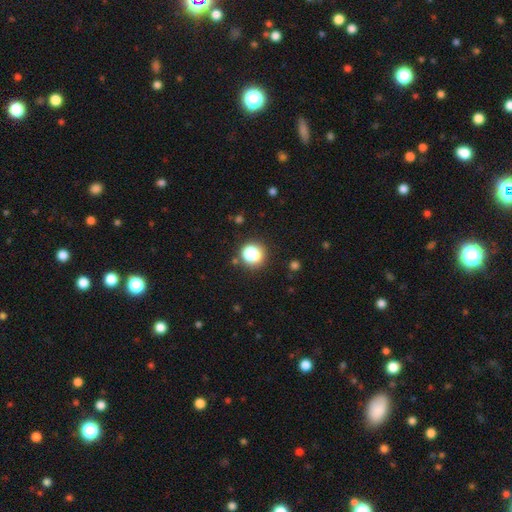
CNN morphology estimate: smooth-or-featured: smooth: 77% | star or artifact: 13% | featured or disk: 9%
  how-rounded: round: 84% | in between: 15% | cigar-shaped: 1%
  merging: none: 71% | minor disturbance: 14% | merger: 9% | major disturbance: 6%